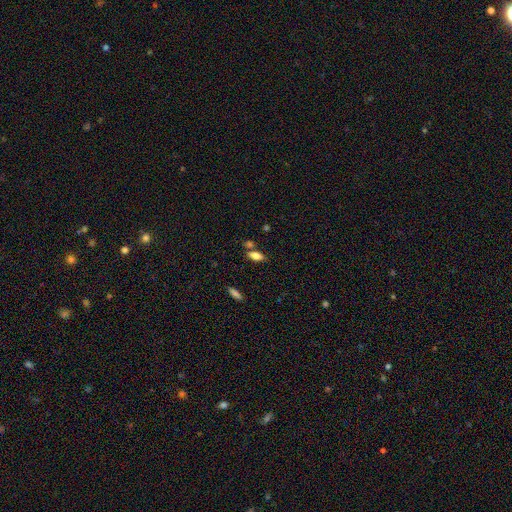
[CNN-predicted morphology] Overall: smooth (78%). How rounded: in between (79%). Merging: none (65%).